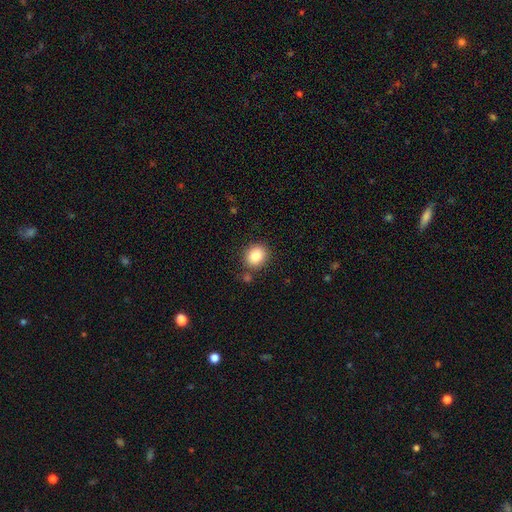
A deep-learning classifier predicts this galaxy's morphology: A smooth galaxy with no disk features (85%) that is round (64%).

Vote fractions:
- Smooth or featured? smooth: 85% / star or artifact: 9% / featured or disk: 6%
- How rounded? round: 64% / in between: 36% / cigar-shaped: 1%
- Merging? none: 83% / minor disturbance: 10% / merger: 5% / major disturbance: 3%